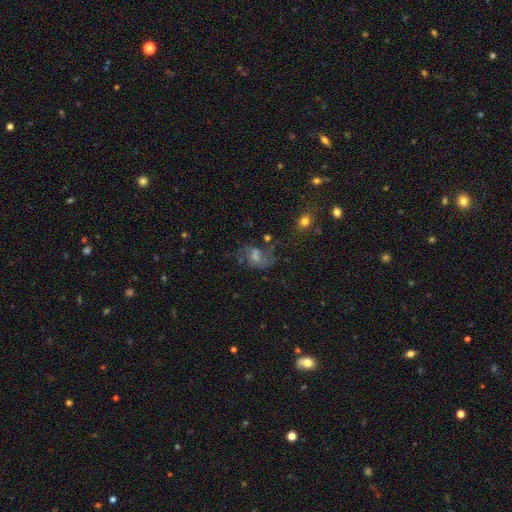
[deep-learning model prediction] featured or disk 47%, smooth 37%, star or artifact 17%. Down the decision tree: merging — none (36%).